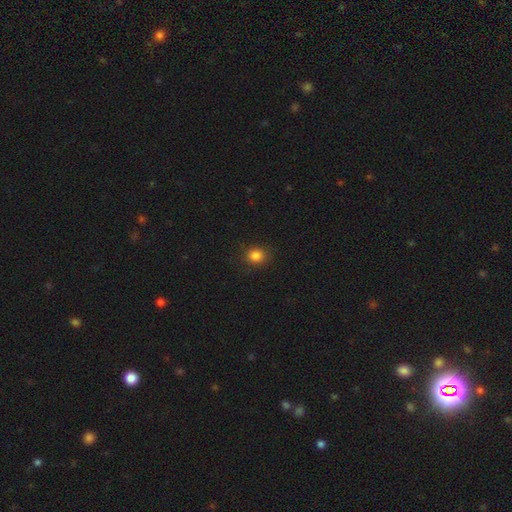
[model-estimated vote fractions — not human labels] This is clearly a smooth galaxy (84%). How rounded: likely round (71%). Merging: clearly none (86%).